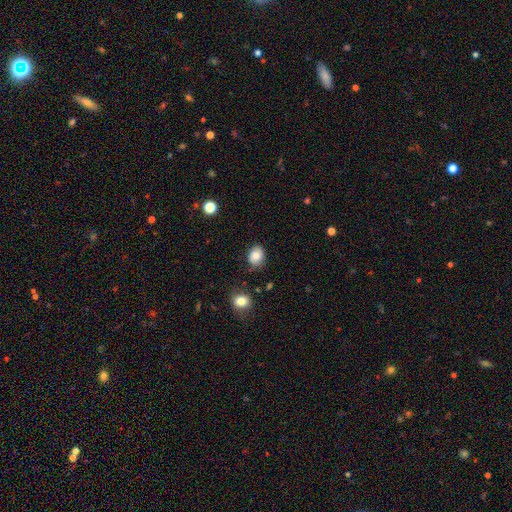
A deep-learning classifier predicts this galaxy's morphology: Smooth or featured?
  - smooth: 82% *
  - star or artifact: 9%
  - featured or disk: 8%
How rounded?
  - round: 50% *
  - in between: 49%
  - cigar-shaped: 1%
Merging?
  - none: 76% *
  - minor disturbance: 18%
  - major disturbance: 4%
  - merger: 2%